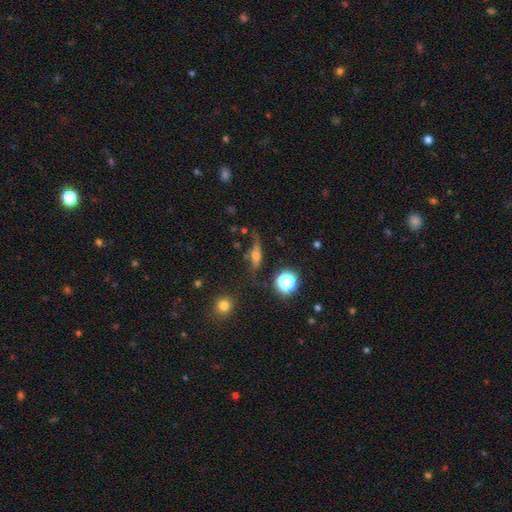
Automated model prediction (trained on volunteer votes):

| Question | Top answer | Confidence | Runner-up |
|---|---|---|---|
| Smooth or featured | smooth | 50% | featured or disk (32%) |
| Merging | none | 49% | minor disturbance (24%) |